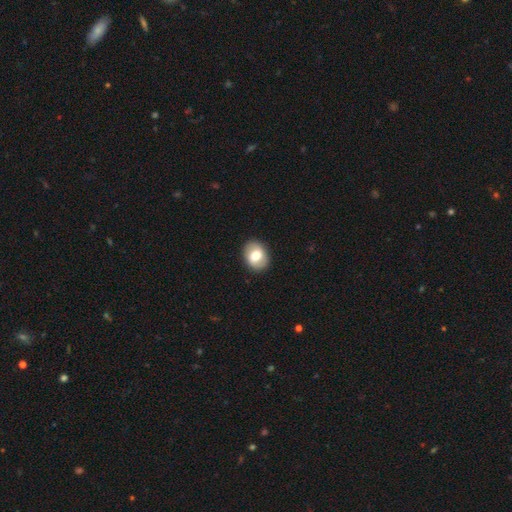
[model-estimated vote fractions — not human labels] Morphology: type=smooth (69%); roundness=in between (60%); merging=none (88%).